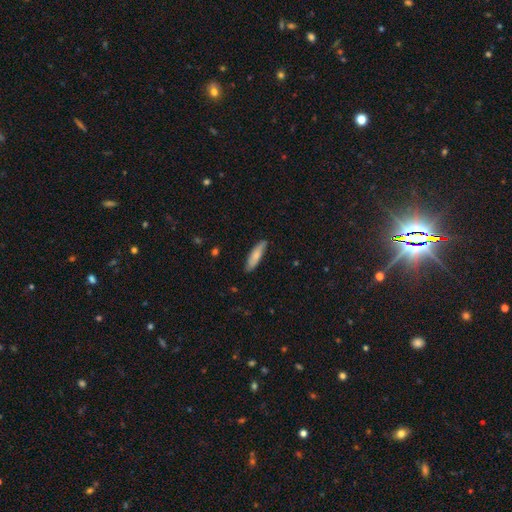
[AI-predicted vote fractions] Morphology: type=smooth (77%); roundness=cigar-shaped (68%); merging=none (85%).